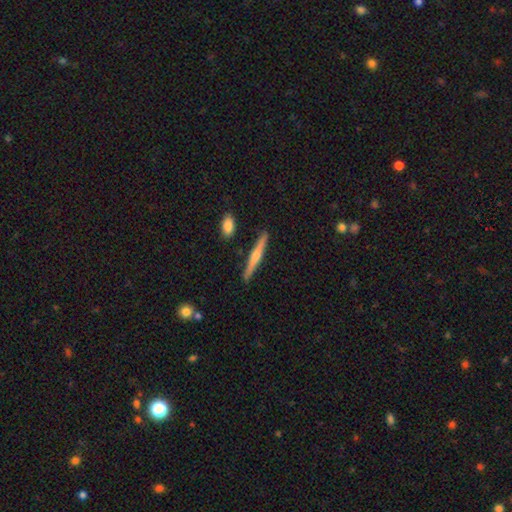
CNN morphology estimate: The model was most divided on "smooth or featured": featured or disk: 60%, smooth: 34%, star or artifact: 6%. More confident: edge-on disk — yes (97%); merging — none (89%); edge-on bulge — rounded (78%).